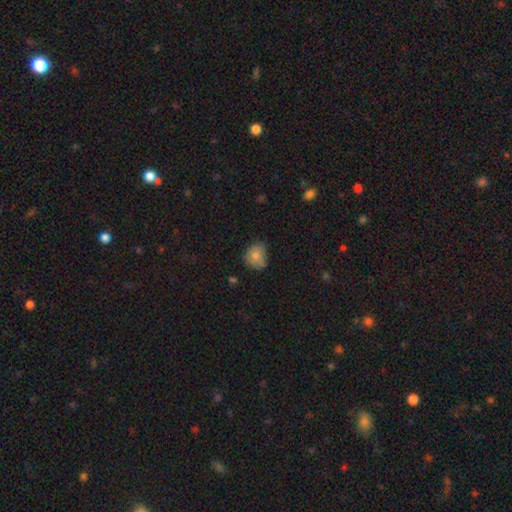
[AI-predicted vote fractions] Overall: smooth (75%). How rounded: round (68%; in between 31%). Merging: none (49%; minor disturbance 38%).